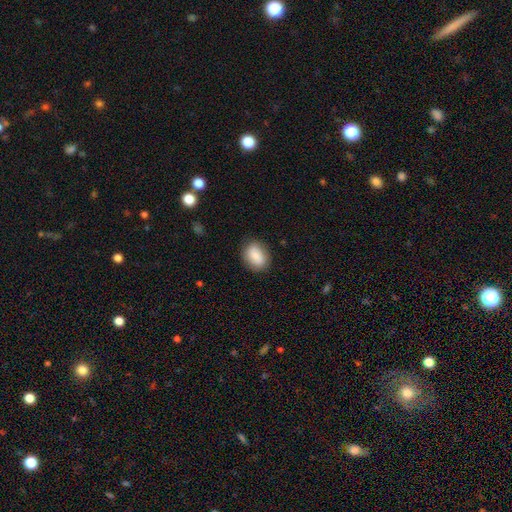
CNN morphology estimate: Smooth or featured? Predicted: smooth (p=0.84). How rounded? Predicted: in between (p=0.78). Merging? Predicted: none (p=0.85).